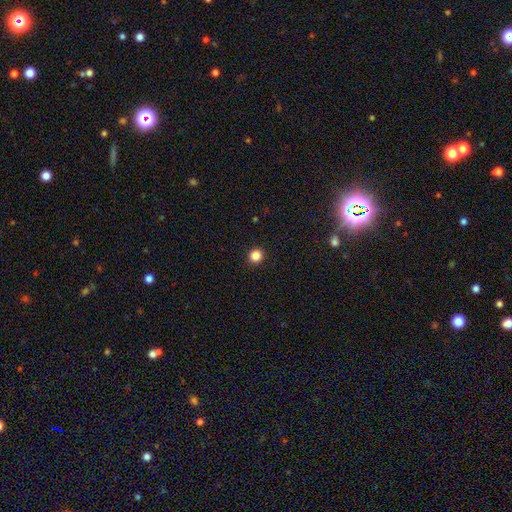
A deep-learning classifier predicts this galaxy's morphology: The model was most divided on "smooth or featured": smooth: 85%, star or artifact: 12%, featured or disk: 3%. More confident: merging — none (93%); how rounded — round (93%).